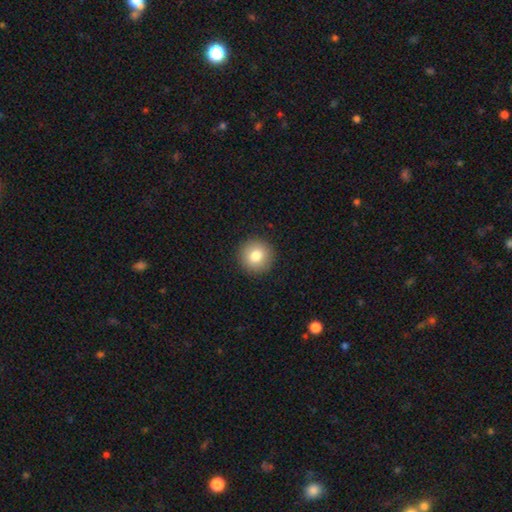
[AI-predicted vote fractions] smooth-or-featured: smooth: 81% | featured or disk: 10% | star or artifact: 9%
  how-rounded: round: 95% | in between: 4% | cigar-shaped: 1%
  merging: none: 93% | minor disturbance: 5% | major disturbance: 2% | merger: 1%